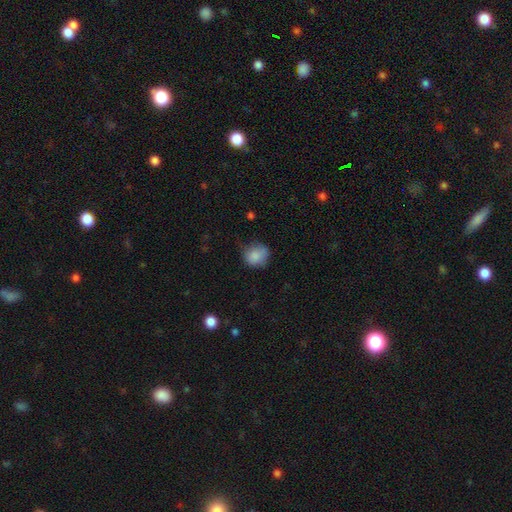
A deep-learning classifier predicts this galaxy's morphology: Smooth or featured? Predicted: smooth (p=0.85). How rounded? Predicted: round (p=0.78). Merging? Predicted: none (p=0.62).